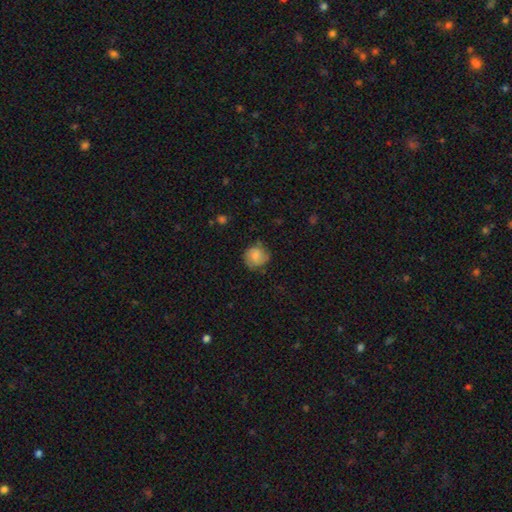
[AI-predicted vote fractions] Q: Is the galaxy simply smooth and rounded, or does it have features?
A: smooth — 63%.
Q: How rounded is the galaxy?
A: round — 84%.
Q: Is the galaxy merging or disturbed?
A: none — 67%.